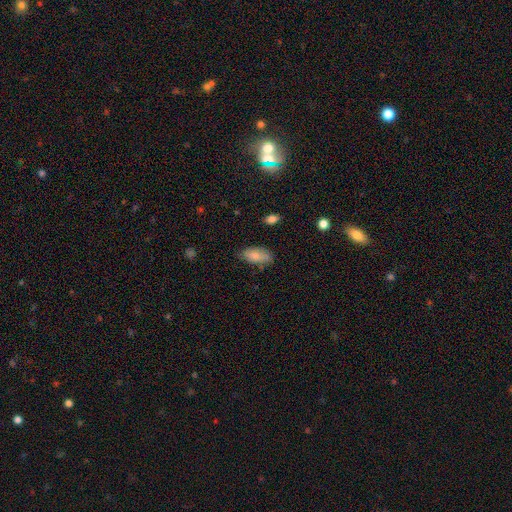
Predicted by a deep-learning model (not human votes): Q: Smooth or featured?
A: smooth (79%); runner-up: featured or disk (14%)
Q: How rounded?
A: in between (90%); runner-up: cigar-shaped (7%)
Q: Merging?
A: none (69%); runner-up: minor disturbance (24%)